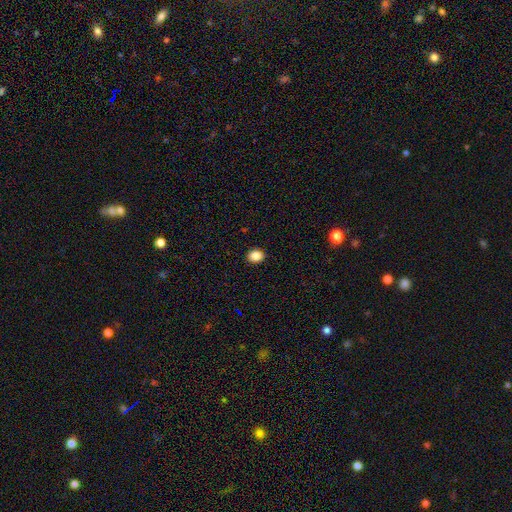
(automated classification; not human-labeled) smooth 85%, star or artifact 10%, featured or disk 5%. Down the decision tree: how rounded — round (56%); merging — none (91%).